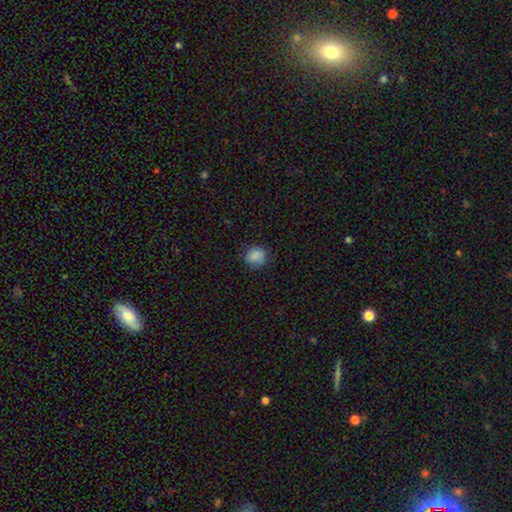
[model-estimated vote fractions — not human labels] Smooth or featured?
  - smooth: 85% *
  - star or artifact: 9%
  - featured or disk: 6%
How rounded?
  - round: 75% *
  - in between: 24%
  - cigar-shaped: 1%
Merging?
  - none: 78% *
  - minor disturbance: 17%
  - major disturbance: 4%
  - merger: 1%